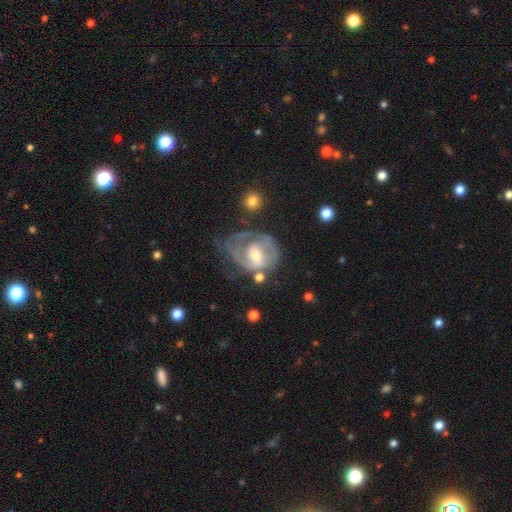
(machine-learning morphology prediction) This appears to be a featured or disk galaxy (75%) with a weak bar (47%), 2 (36%) tight (48%) spiral arms (79%) and a moderate central bulge (55%). Merging: none (35%).